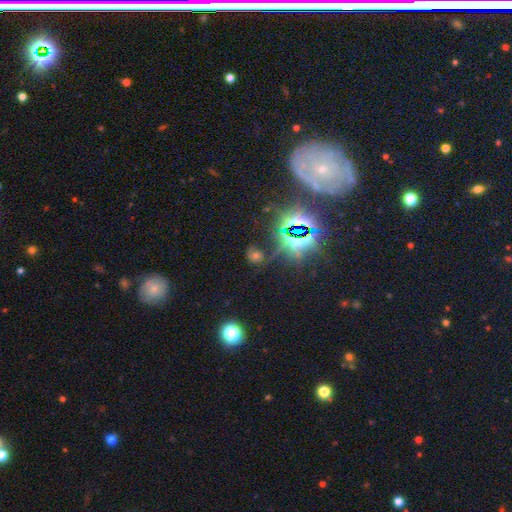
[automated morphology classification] type=star or artifact (52%).